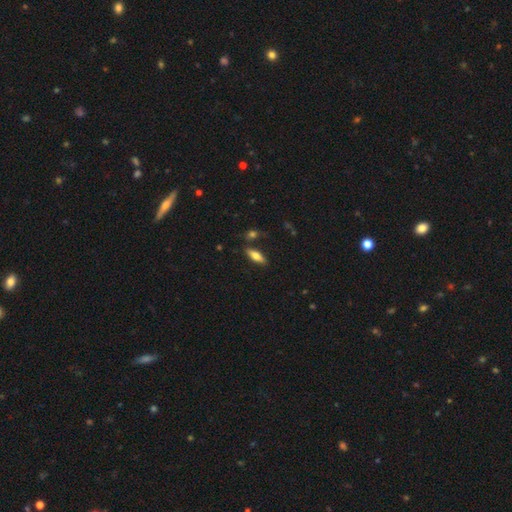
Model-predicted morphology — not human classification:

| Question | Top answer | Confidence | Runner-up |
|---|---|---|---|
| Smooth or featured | smooth | 66% | featured or disk (27%) |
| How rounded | in between | 56% | cigar-shaped (42%) |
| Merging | none | 82% | minor disturbance (11%) |